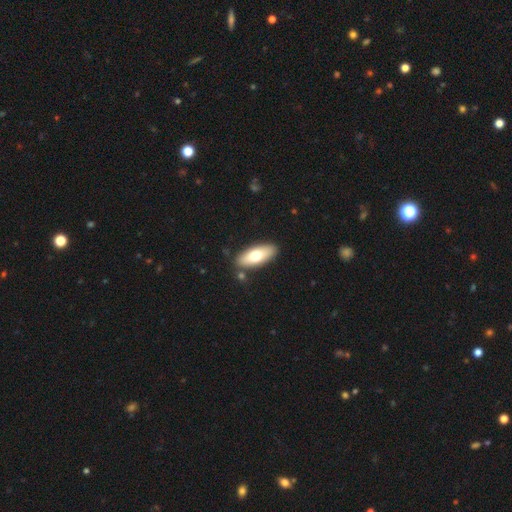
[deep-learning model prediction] Smooth or featured? Predicted: smooth (p=0.67). How rounded? Predicted: in between (p=0.79). Merging? Predicted: none (p=0.86).